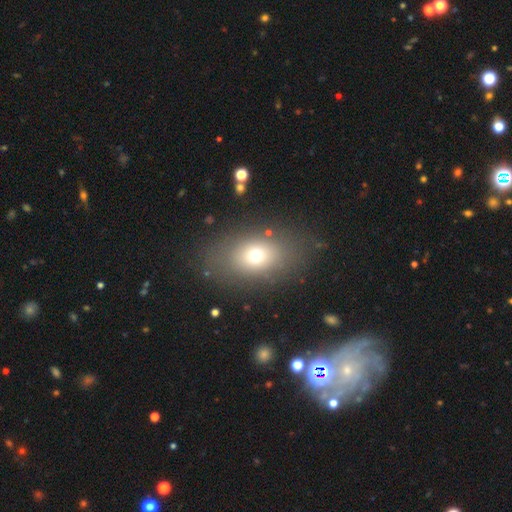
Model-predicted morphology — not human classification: This appears to be a smooth galaxy with no disk features (69%) that is in between round and cigar-shaped (68%). Merging: none (80%).